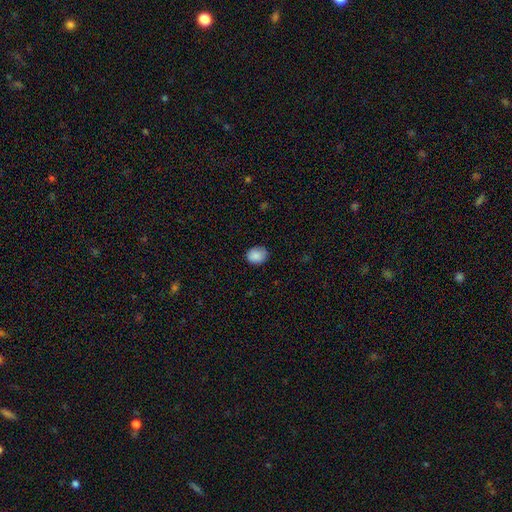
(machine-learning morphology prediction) Smooth or featured? Predicted: smooth (p=0.87). How rounded? Predicted: round (p=0.55). Merging? Predicted: none (p=0.78).